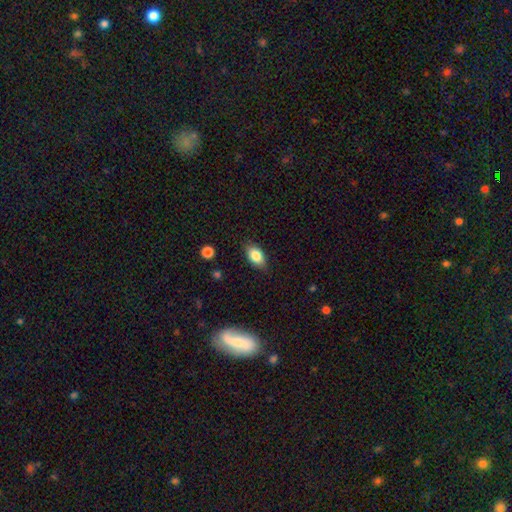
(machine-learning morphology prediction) Smooth or featured? smooth (82%)
How rounded? in between (88%)
Merging? none (83%)